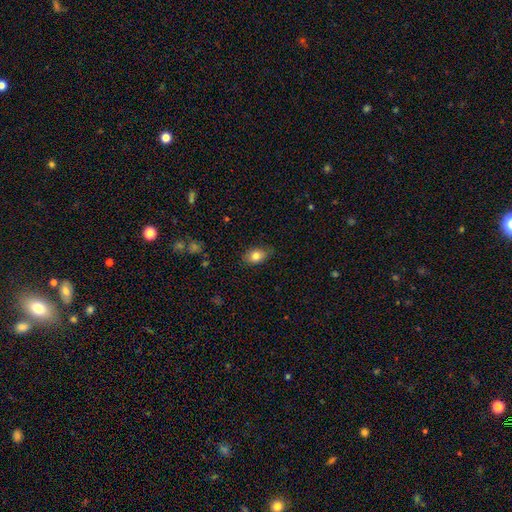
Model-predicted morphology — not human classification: This appears to be a smooth galaxy with no disk features (81%) that is in between round and cigar-shaped (80%). Merging: none (79%).